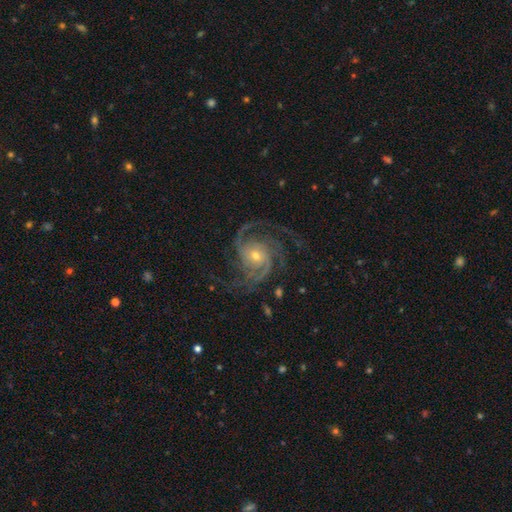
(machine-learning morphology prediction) Smooth or featured? featured or disk (92%)
Edge-on disk? no (98%)
Bar? no (70%)
Spiral arms? yes (98%)
Spiral winding? medium (48%)
Spiral arm count? 3 (40%)
Bulge size? small (58%)
Merging? none (70%)